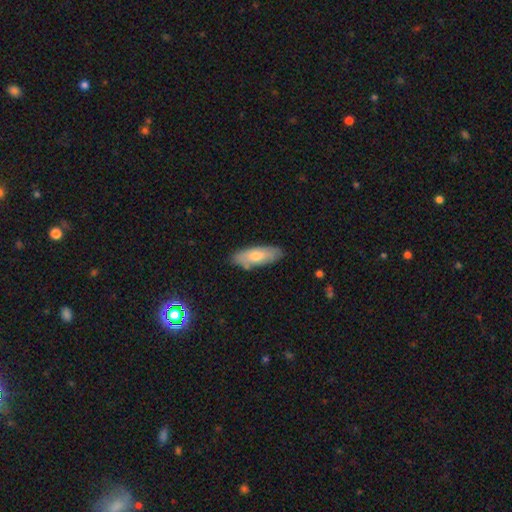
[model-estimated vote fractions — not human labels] Overall: smooth (68%). How rounded: in between (69%; cigar-shaped 29%). Merging: none (81%).